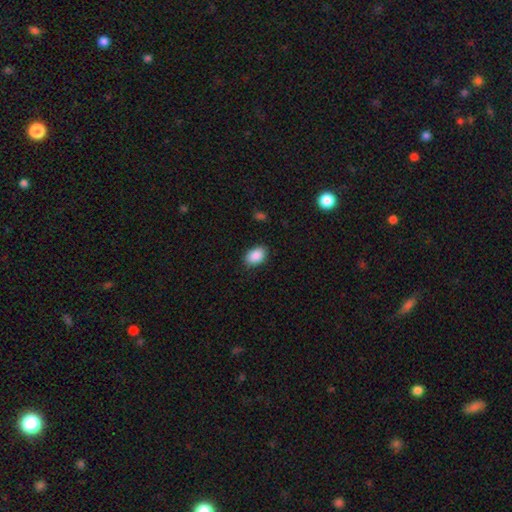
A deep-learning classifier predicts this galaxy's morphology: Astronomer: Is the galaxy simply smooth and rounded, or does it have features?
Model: smooth — 89%.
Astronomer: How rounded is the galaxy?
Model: in between — 87%.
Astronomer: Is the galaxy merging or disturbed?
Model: none — 86%.